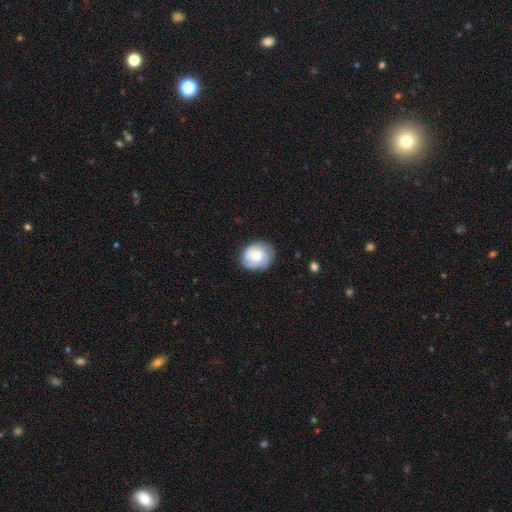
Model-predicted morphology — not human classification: Smooth or featured?
  - smooth: 51% *
  - featured or disk: 41%
  - star or artifact: 7%
How rounded?
  - round: 65% *
  - in between: 34%
  - cigar-shaped: 1%
Merging?
  - none: 75% *
  - minor disturbance: 19%
  - major disturbance: 5%
  - merger: 1%